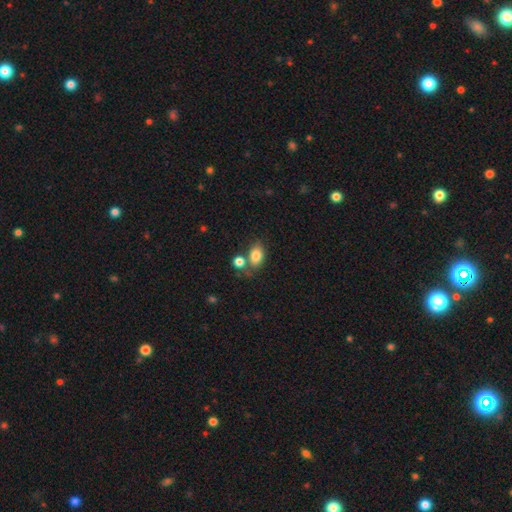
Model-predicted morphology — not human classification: smooth_or_featured: smooth (p=0.82) [alt: star or artifact p=0.09]
how_rounded: in between (p=0.80) [alt: round p=0.18]
merging: none (p=0.57) [alt: merger p=0.24]